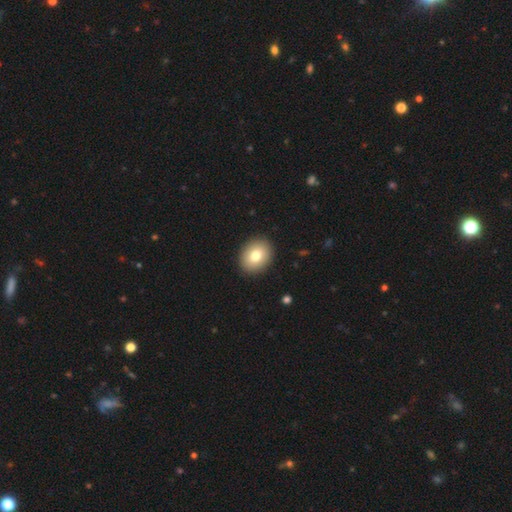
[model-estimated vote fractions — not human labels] Smooth or featured? smooth (79%)
How rounded? round (51%)
Merging? none (91%)